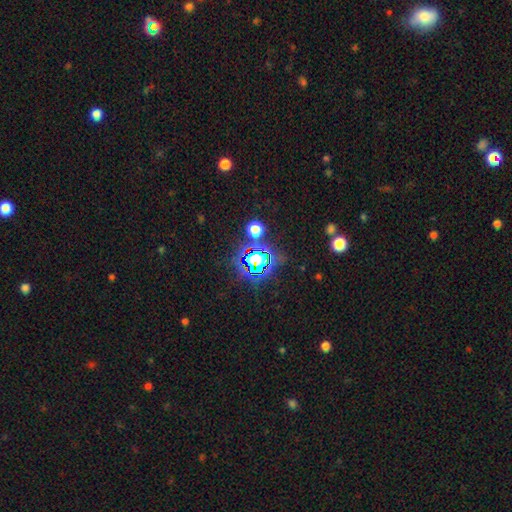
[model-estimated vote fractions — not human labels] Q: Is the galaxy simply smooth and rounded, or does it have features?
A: star or artifact — 72%.